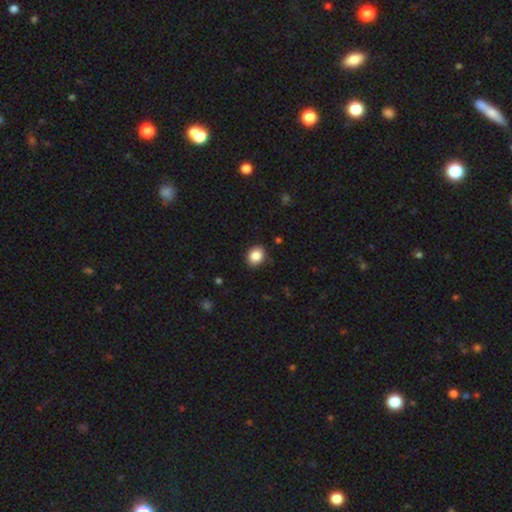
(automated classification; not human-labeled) Morphology: type=smooth (86%); roundness=round (58%); merging=none (87%).